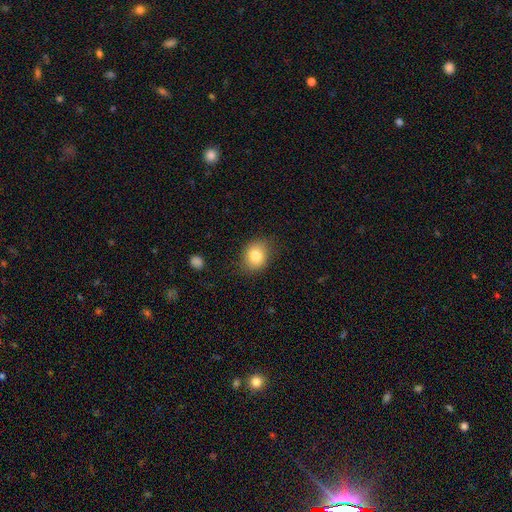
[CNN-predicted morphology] smooth-or-featured: smooth: 82% | star or artifact: 9% | featured or disk: 9%
  how-rounded: round: 55% | in between: 44% | cigar-shaped: 1%
  merging: none: 80% | minor disturbance: 15% | major disturbance: 4% | merger: 1%